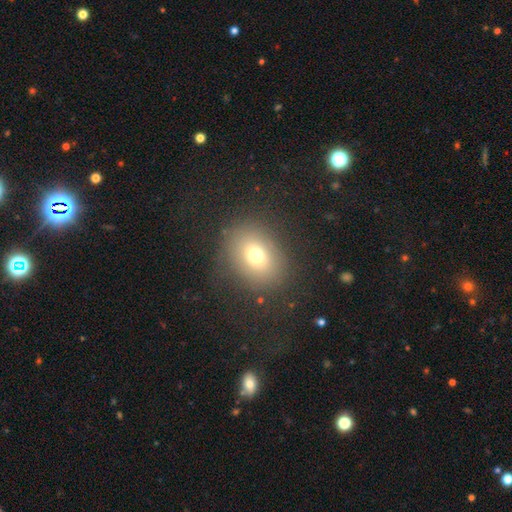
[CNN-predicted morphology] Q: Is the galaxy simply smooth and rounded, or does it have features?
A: smooth — 69%.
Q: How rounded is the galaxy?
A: round — 52%.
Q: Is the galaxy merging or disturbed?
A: none — 81%.